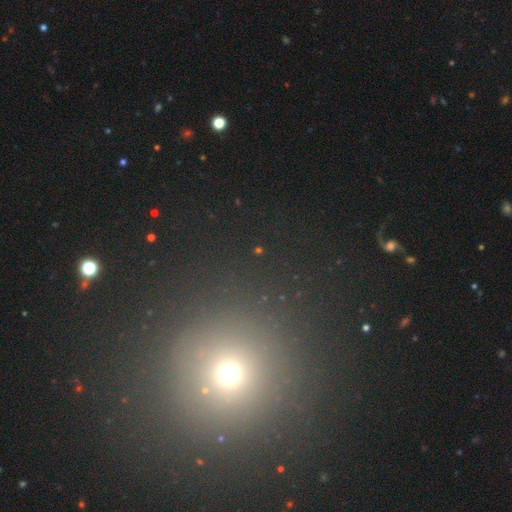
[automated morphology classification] Smooth or featured?
  - smooth: 48% *
  - star or artifact: 44%
  - featured or disk: 8%
Merging?
  - none: 90% *
  - minor disturbance: 5%
  - major disturbance: 3%
  - merger: 2%